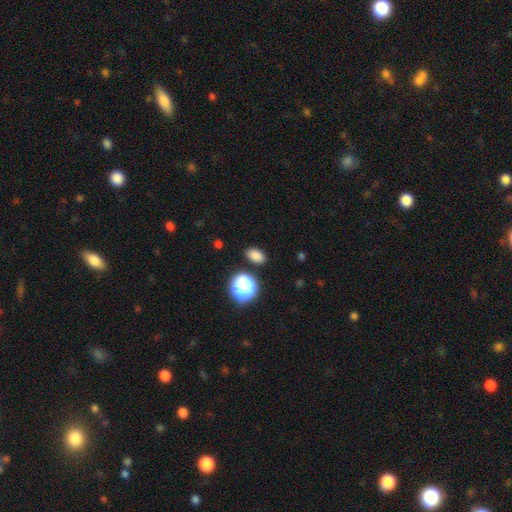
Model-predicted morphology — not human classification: This is clearly a smooth galaxy (80%). How rounded: likely in between (80%). Merging: clearly none (84%).